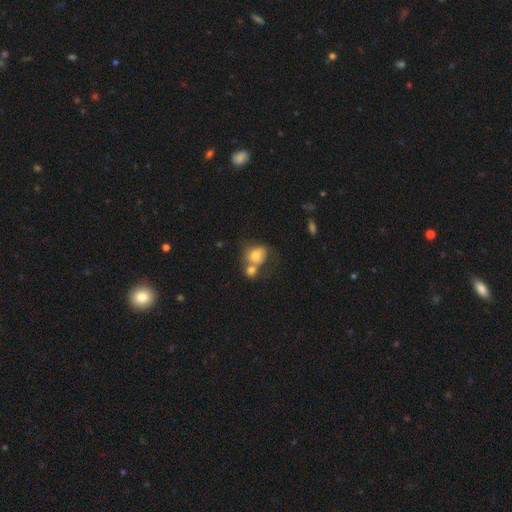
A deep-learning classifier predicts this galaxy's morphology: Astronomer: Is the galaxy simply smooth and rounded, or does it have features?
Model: smooth — 71%.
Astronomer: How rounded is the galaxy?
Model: round — 60% (runner-up: in between, 39%).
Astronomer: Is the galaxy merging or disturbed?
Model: merger — 55%.